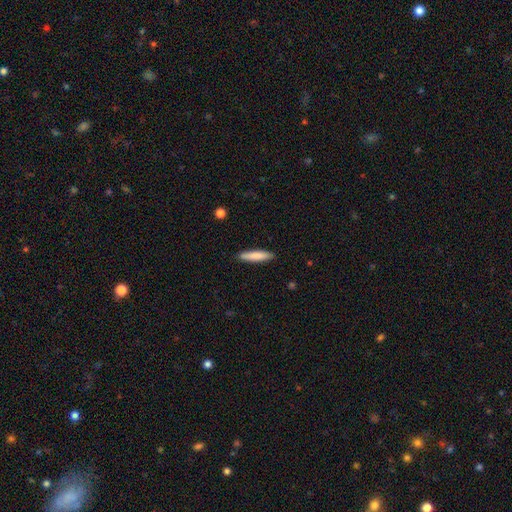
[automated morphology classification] Q: Smooth or featured?
A: smooth (83%); runner-up: featured or disk (12%)
Q: How rounded?
A: cigar-shaped (87%); runner-up: in between (12%)
Q: Merging?
A: none (91%); runner-up: minor disturbance (7%)